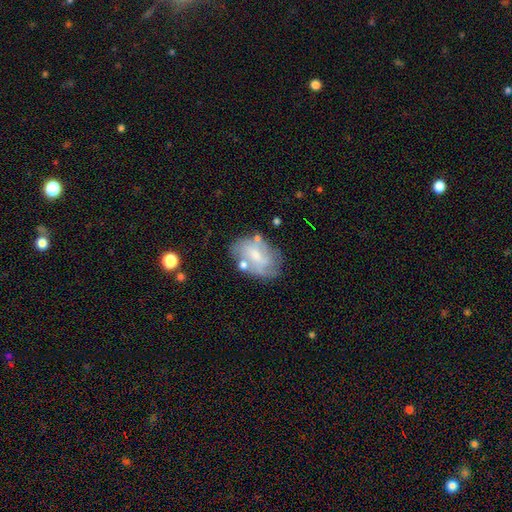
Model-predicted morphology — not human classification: smooth_or_featured: featured or disk (p=0.59) [alt: smooth p=0.32]
disk_edge_on: no (p=0.96) [alt: yes p=0.04]
bar: no (p=0.51) [alt: weak p=0.41]
has_spiral_arms: yes (p=0.69) [alt: no p=0.31]
bulge_size: small (p=0.49) [alt: moderate p=0.37]
merging: none (p=0.58) [alt: minor disturbance p=0.23]